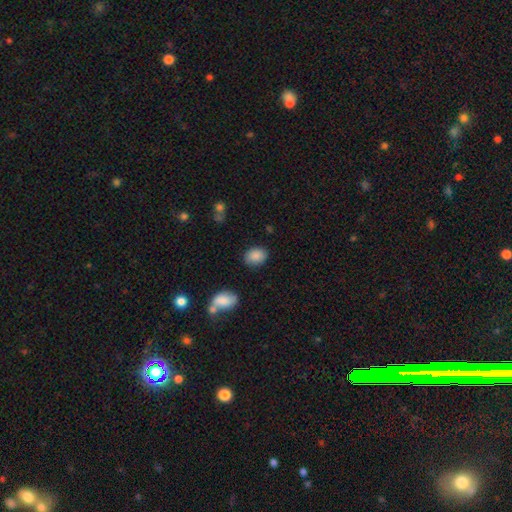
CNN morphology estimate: This is clearly a smooth galaxy (87%). How rounded: likely in between (66%). Merging: clearly none (82%).